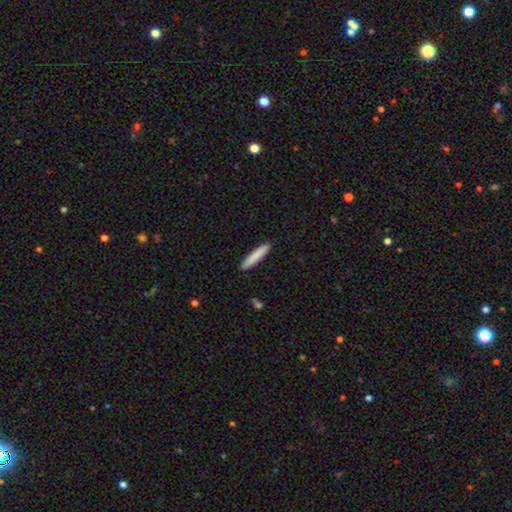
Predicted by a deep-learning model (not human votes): Morphology: type=smooth (83%); roundness=cigar-shaped (93%); merging=none (91%).